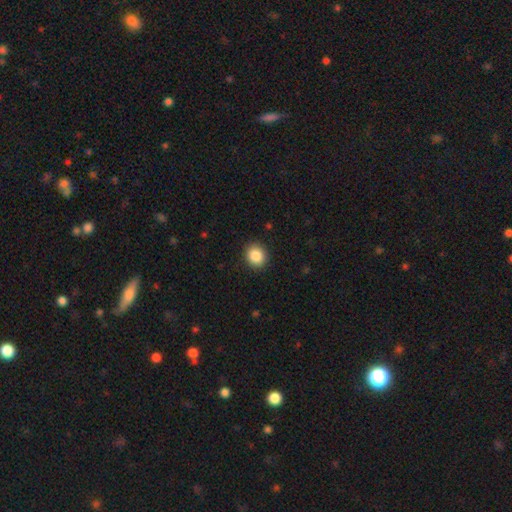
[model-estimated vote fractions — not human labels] A smooth galaxy with no disk features (87%) that is round (75%). Merging: none (91%).